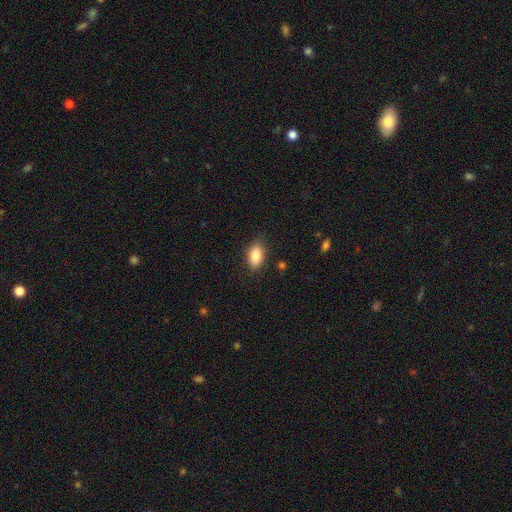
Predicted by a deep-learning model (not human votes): smooth 85%, star or artifact 7%, featured or disk 7%. Down the decision tree: how rounded — in between (91%); merging — none (86%).